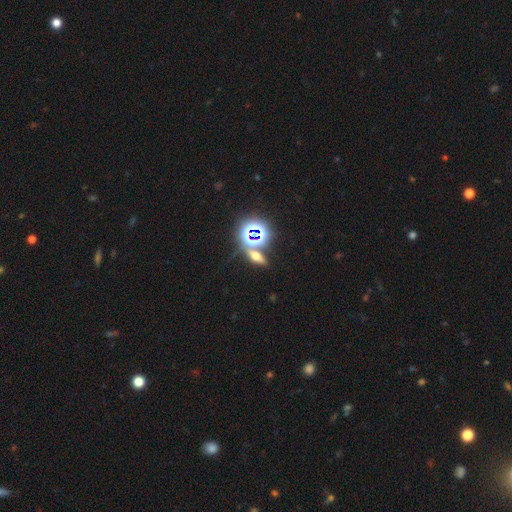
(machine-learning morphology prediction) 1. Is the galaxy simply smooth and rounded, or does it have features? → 39% star or artifact, 35% smooth, 26% featured or disk.